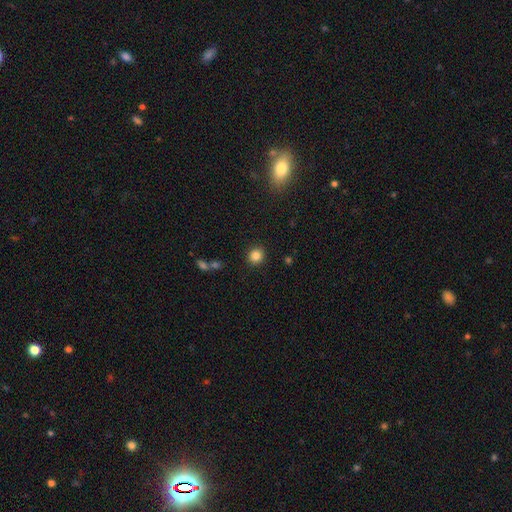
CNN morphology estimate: Smooth or featured?
  - smooth: 83% *
  - star or artifact: 12%
  - featured or disk: 5%
How rounded?
  - round: 89% *
  - in between: 10%
  - cigar-shaped: 1%
Merging?
  - none: 90% *
  - minor disturbance: 6%
  - major disturbance: 2%
  - merger: 2%